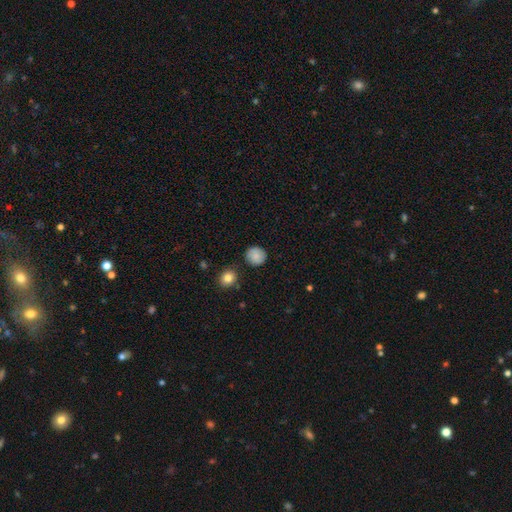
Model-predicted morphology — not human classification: Smooth or featured? smooth (84%)
How rounded? round (89%)
Merging? none (83%)